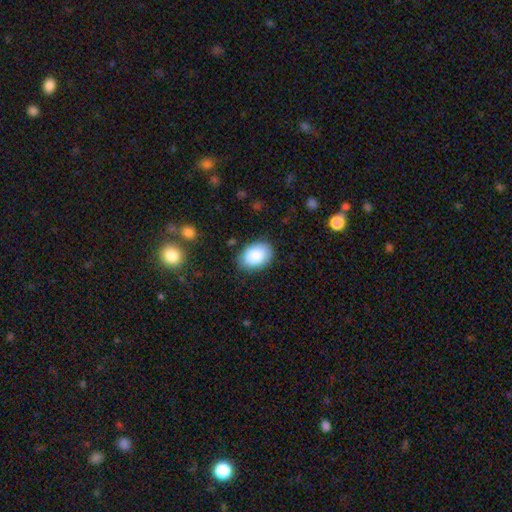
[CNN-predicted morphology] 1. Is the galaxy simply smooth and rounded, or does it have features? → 86% smooth, 7% featured or disk, 7% star or artifact.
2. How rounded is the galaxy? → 83% in between, 16% round, 1% cigar-shaped.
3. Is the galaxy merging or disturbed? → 82% none, 13% minor disturbance, 3% major disturbance, 1% merger.